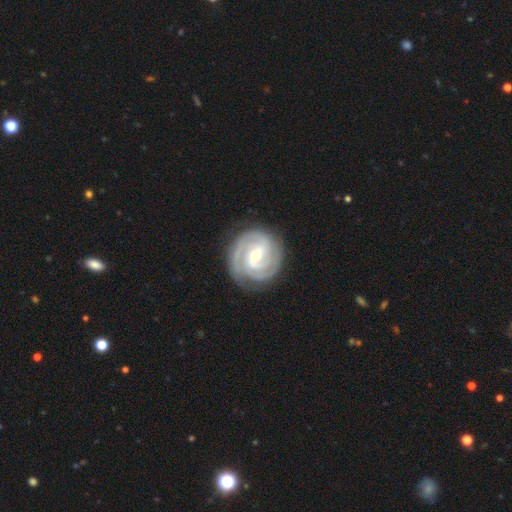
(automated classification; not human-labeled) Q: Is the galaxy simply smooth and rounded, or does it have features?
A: featured or disk — 91%.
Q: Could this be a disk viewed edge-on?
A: no — 98%.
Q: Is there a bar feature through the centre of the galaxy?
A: weak — 50%.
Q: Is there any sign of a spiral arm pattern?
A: yes — 98%.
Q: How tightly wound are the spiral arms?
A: tight — 74%.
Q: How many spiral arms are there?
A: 3 — 43%.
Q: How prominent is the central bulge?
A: moderate — 54%.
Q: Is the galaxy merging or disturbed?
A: none — 83%.